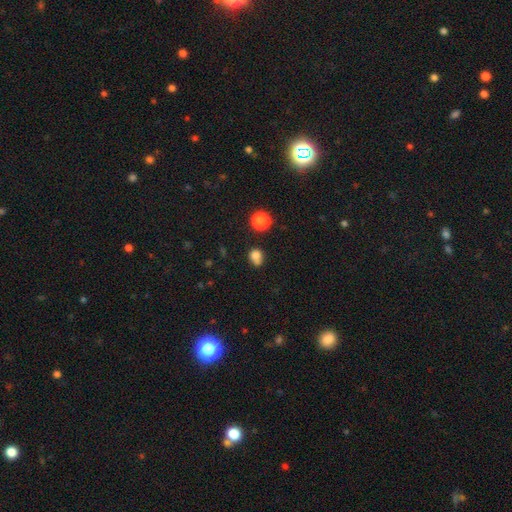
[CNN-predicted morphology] This appears to be a smooth galaxy with no disk features (78%) that is round (66%). Merging: none (50%).